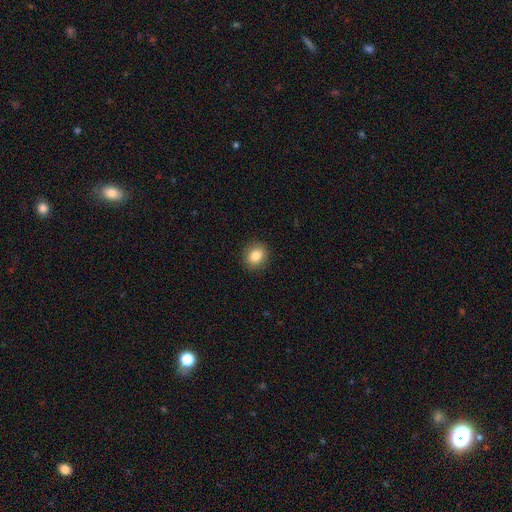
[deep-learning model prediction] This is clearly a smooth galaxy (84%). How rounded: likely round (72%). Merging: clearly none (91%).